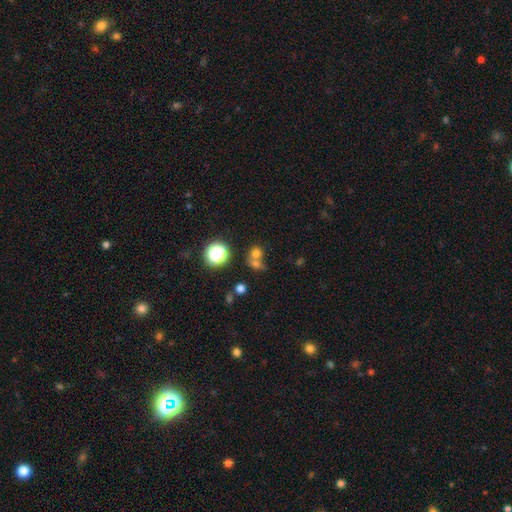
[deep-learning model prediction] A smooth galaxy with no disk features (68%) that is round (75%). Merging: merger (49%).